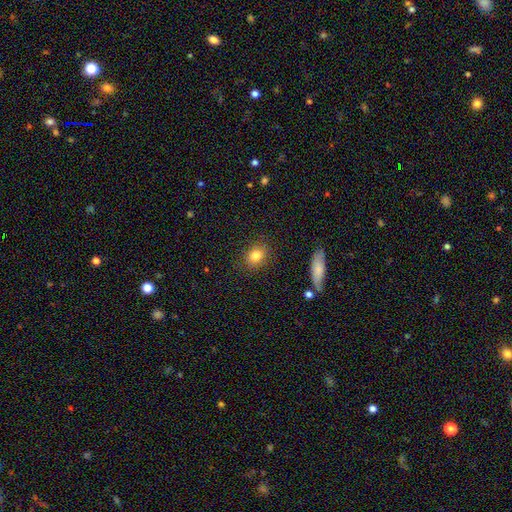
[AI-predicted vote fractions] smooth-or-featured: smooth: 81% | star or artifact: 10% | featured or disk: 8%
  how-rounded: round: 56% | in between: 42% | cigar-shaped: 2%
  merging: none: 86% | minor disturbance: 10% | major disturbance: 3% | merger: 2%